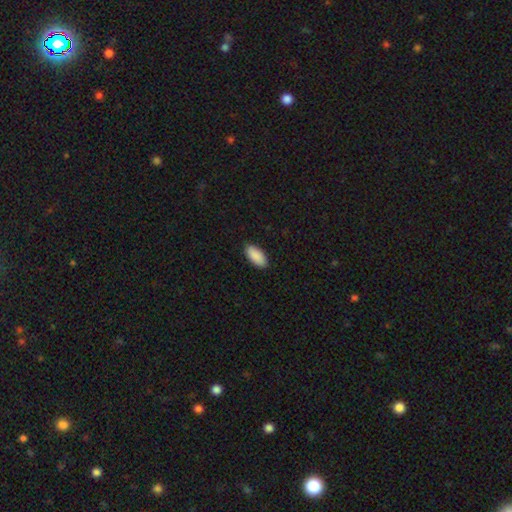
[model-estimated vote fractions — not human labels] smooth 91%, star or artifact 6%, featured or disk 3%. Down the decision tree: how rounded — in between (93%); merging — none (90%).